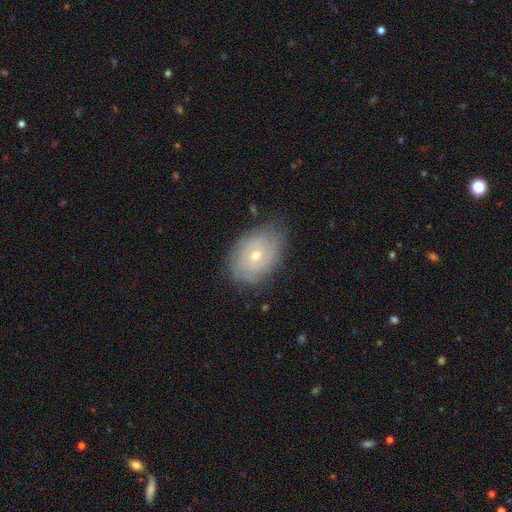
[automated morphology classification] Smooth or featured? Predicted: featured or disk (p=0.62). Edge-on disk? Predicted: no (p=0.95). Bar? Predicted: no (p=0.74). Spiral arms? Predicted: yes (p=0.81). Bulge size? Predicted: moderate (p=0.50). Merging? Predicted: none (p=0.74).